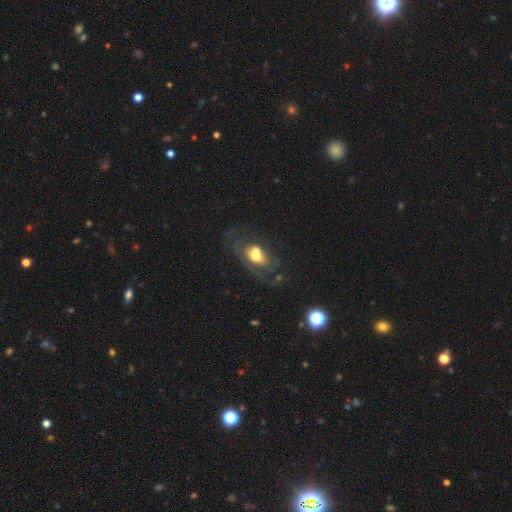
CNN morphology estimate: Q: Smooth or featured?
A: featured or disk (48%); runner-up: smooth (42%)
Q: Merging?
A: merger (33%); runner-up: major disturbance (26%)